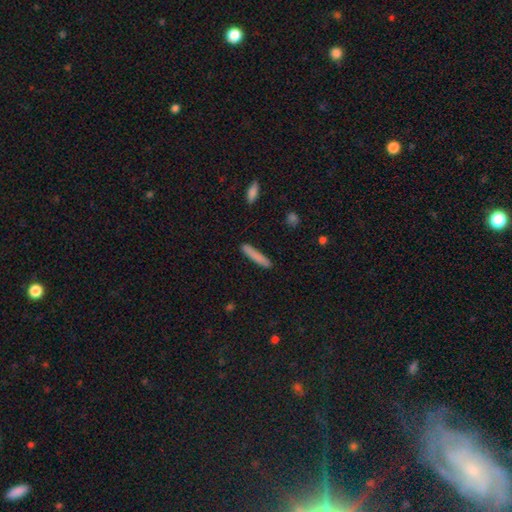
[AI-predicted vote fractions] Smooth or featured? smooth (82%)
How rounded? cigar-shaped (94%)
Merging? none (87%)